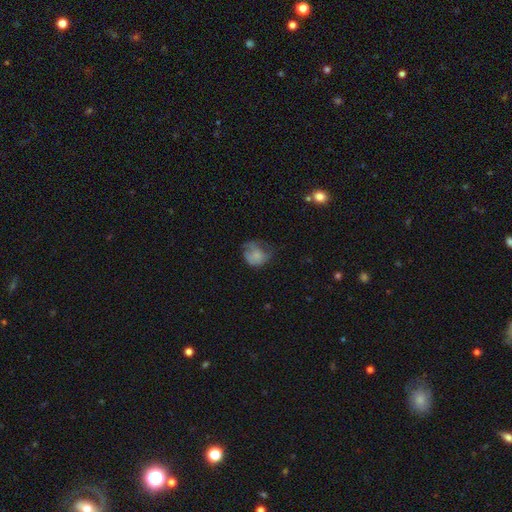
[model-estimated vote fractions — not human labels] smooth-or-featured: smooth: 63% | featured or disk: 27% | star or artifact: 10%
  how-rounded: round: 59% | in between: 40% | cigar-shaped: 1%
  merging: major disturbance: 34% | none: 33% | minor disturbance: 31% | merger: 2%